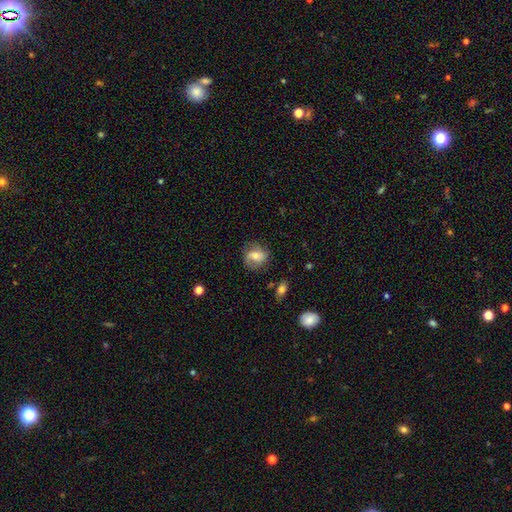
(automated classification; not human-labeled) smooth_or_featured: featured or disk (p=0.57) [alt: smooth p=0.35]
disk_edge_on: no (p=0.96) [alt: yes p=0.04]
bar: no (p=0.44) [alt: weak p=0.39]
has_spiral_arms: yes (p=0.87) [alt: no p=0.13]
bulge_size: moderate (p=0.59) [alt: small p=0.31]
merging: none (p=0.73) [alt: minor disturbance p=0.18]